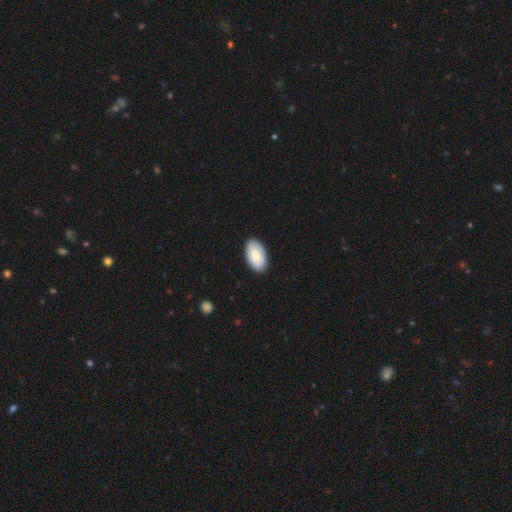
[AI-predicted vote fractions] This appears to be a smooth galaxy with no disk features (84%) that is in between round and cigar-shaped (96%). Merging: none (89%).